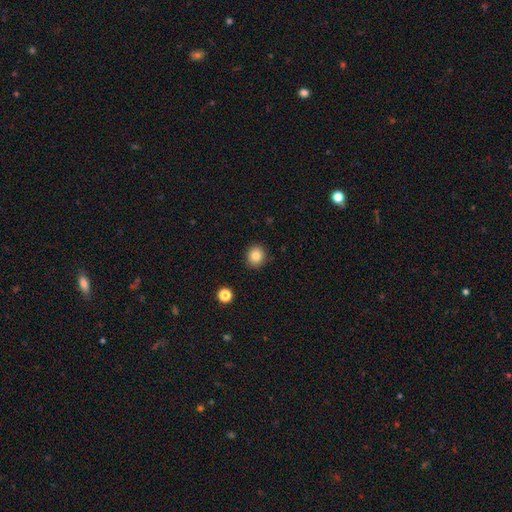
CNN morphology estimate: smooth 84%, star or artifact 10%, featured or disk 6%. Down the decision tree: how rounded — round (86%); merging — none (90%).